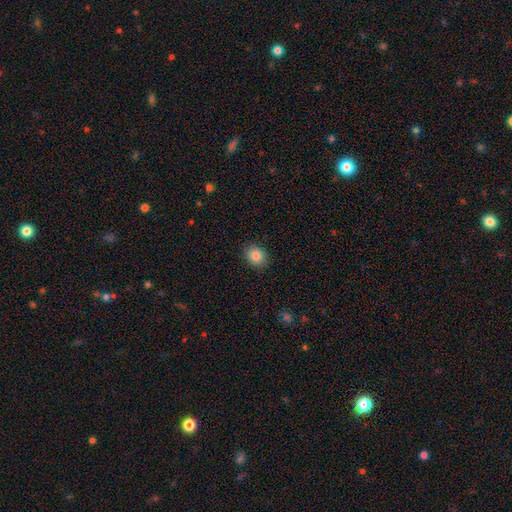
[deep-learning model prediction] A smooth galaxy with no disk features (86%) that is round (52%). Merging: none (89%).